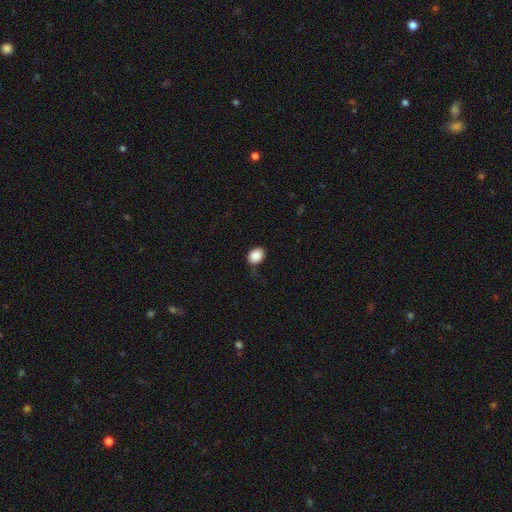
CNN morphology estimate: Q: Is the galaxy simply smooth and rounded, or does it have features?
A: smooth — 88%.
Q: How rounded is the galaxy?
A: in between — 56%.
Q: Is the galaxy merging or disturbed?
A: none — 69%.